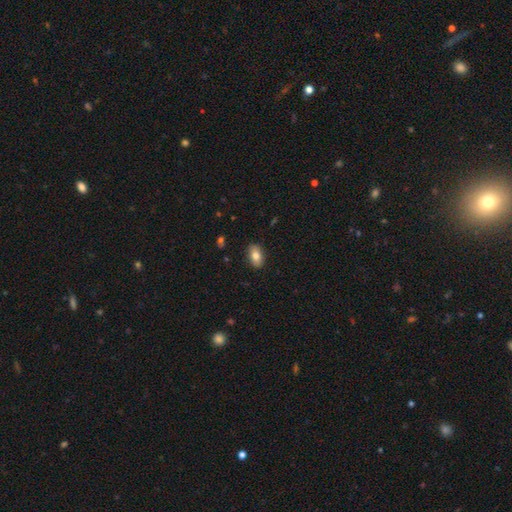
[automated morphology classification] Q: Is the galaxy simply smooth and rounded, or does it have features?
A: smooth — 80%.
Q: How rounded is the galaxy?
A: in between — 90%.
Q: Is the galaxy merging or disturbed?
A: none — 88%.